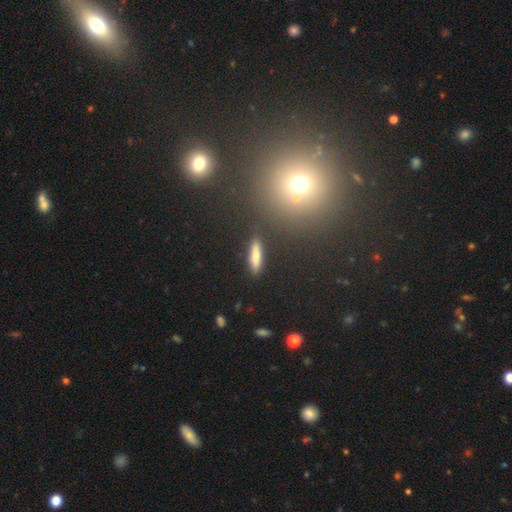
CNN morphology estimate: The model was most divided on "how rounded": cigar-shaped: 74%, in between: 23%, round: 3%. More confident: merging — none (87%); smooth or featured — smooth (76%).